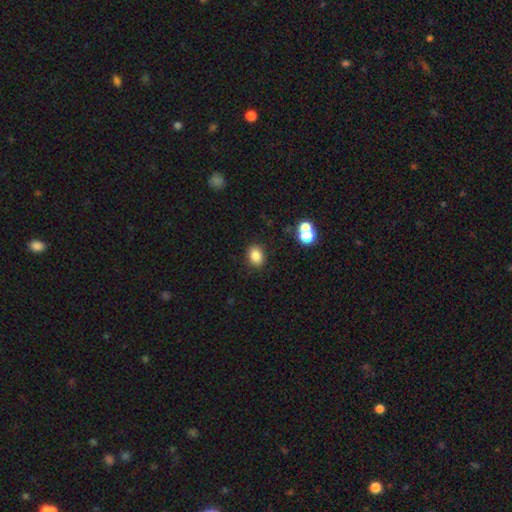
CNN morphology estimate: This is clearly a smooth galaxy (84%). How rounded: likely in between (63%). Merging: clearly none (86%).